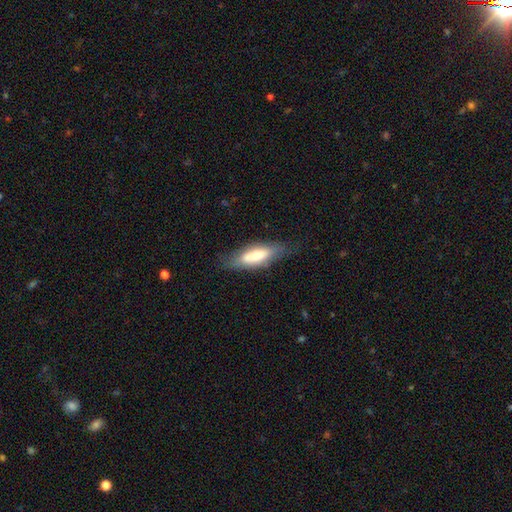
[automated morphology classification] This appears to be a smooth galaxy with no disk features (66%) that is in between round and cigar-shaped (56%). Merging: none (69%).